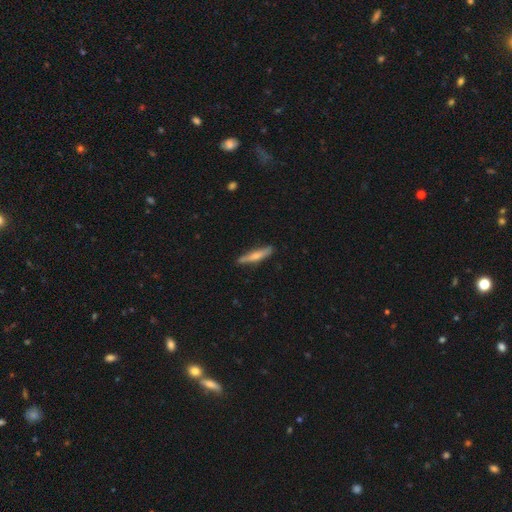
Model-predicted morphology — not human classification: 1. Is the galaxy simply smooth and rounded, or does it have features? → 60% smooth, 35% featured or disk, 5% star or artifact.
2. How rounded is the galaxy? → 89% cigar-shaped, 10% in between, 2% round.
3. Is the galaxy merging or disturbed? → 84% none, 12% minor disturbance, 2% major disturbance, 2% merger.